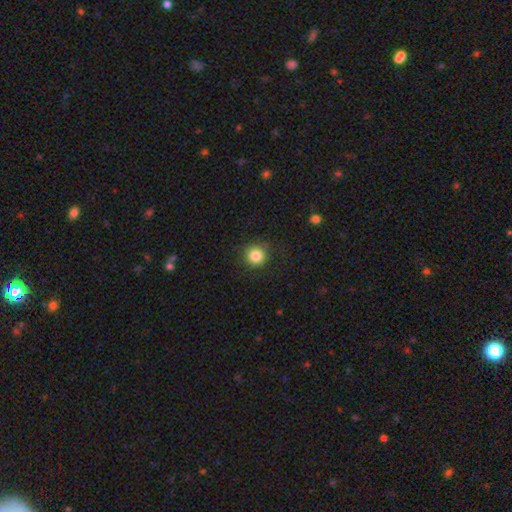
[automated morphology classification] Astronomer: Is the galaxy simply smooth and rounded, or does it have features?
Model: smooth — 83%.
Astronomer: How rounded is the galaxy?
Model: round — 93%.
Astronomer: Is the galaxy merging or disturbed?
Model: none — 85%.